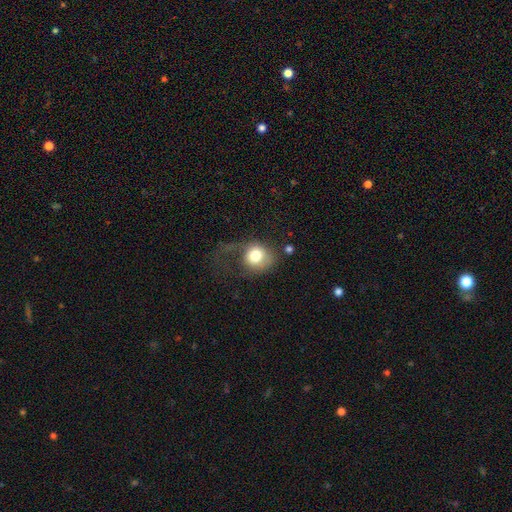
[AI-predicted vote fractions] smooth 74%, featured or disk 17%, star or artifact 9%. Down the decision tree: how rounded — round (72%); merging — major disturbance (41%).